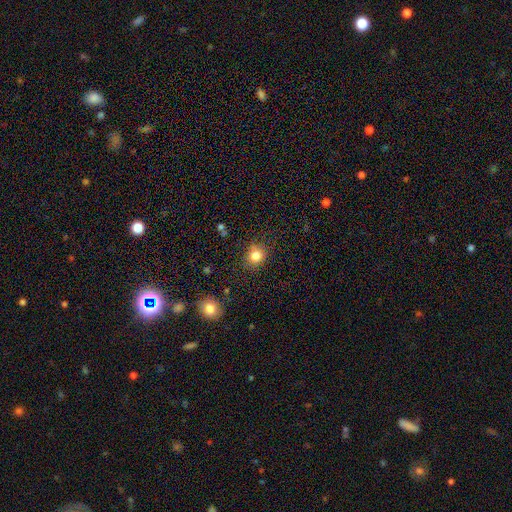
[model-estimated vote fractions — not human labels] Smooth or featured? Predicted: smooth (p=0.82). How rounded? Predicted: round (p=0.70). Merging? Predicted: none (p=0.79).